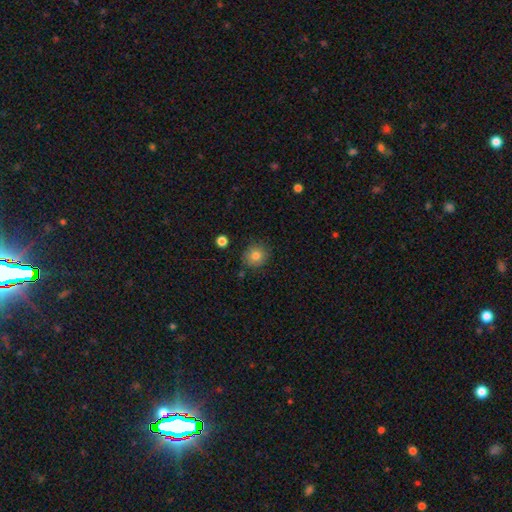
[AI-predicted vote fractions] This appears to be a smooth galaxy with no disk features (81%) that is round (85%). Merging: none (85%).